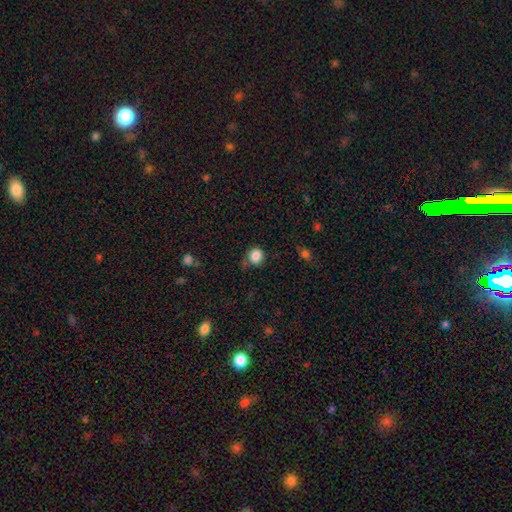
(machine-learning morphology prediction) smooth-or-featured: smooth: 85% | star or artifact: 11% | featured or disk: 4%
  how-rounded: round: 88% | in between: 11% | cigar-shaped: 1%
  merging: none: 72% | minor disturbance: 18% | merger: 5% | major disturbance: 5%